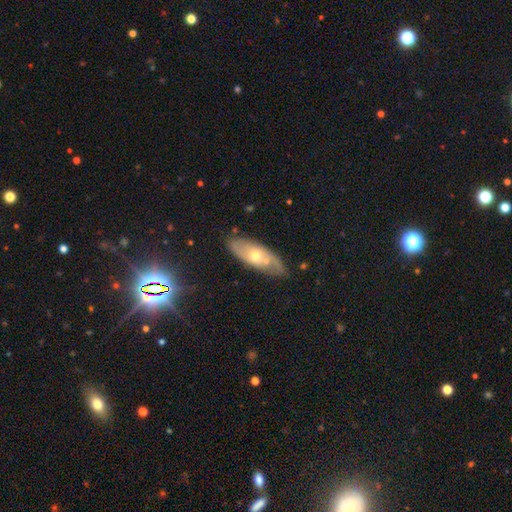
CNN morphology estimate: A featured or disk galaxy (50%).

Vote fractions:
- Smooth or featured? featured or disk: 50% / smooth: 44% / star or artifact: 6%
- Merging? none: 74% / minor disturbance: 15% / merger: 8% / major disturbance: 4%